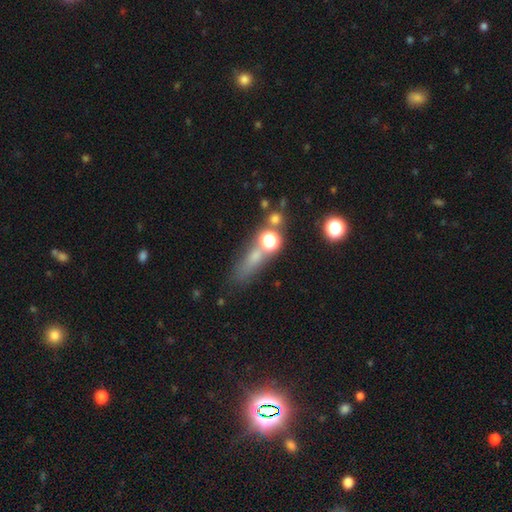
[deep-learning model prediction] Overall: smooth (57%; star or artifact 26%). How rounded: in between (38%, tied with cigar-shaped). Merging: none (54%; merger 20%).